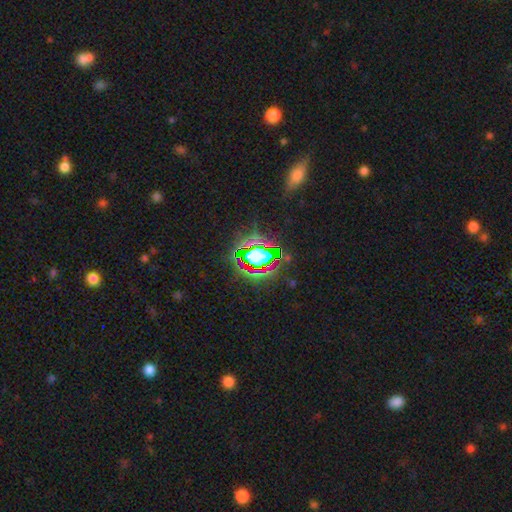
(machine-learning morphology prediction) Smooth or featured: star or artifact — 66% (smooth — 19%)